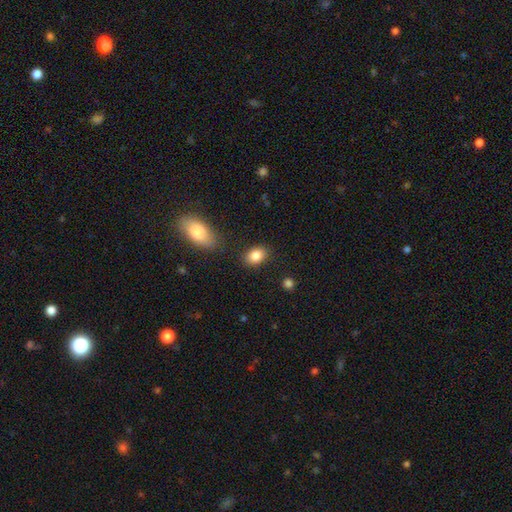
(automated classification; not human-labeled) A smooth galaxy with no disk features (86%) that is in between round and cigar-shaped (76%).

Vote fractions:
- Smooth or featured? smooth: 86% / star or artifact: 8% / featured or disk: 6%
- How rounded? in between: 76% / round: 23% / cigar-shaped: 1%
- Merging? none: 84% / minor disturbance: 10% / merger: 3% / major disturbance: 3%